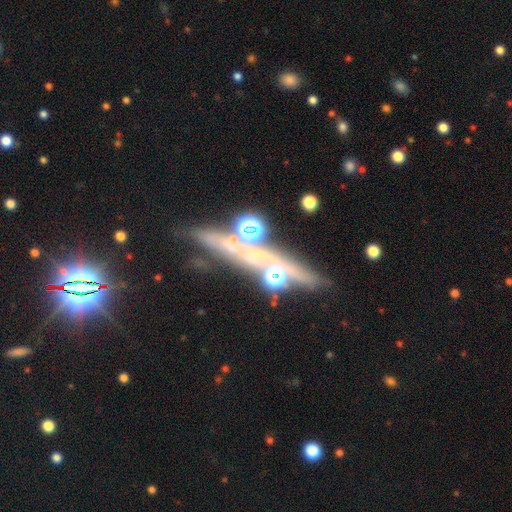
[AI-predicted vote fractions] Smooth or featured? Predicted: featured or disk (p=0.50). Edge-on disk? Predicted: yes (p=0.78). Merging? Predicted: none (p=0.62).